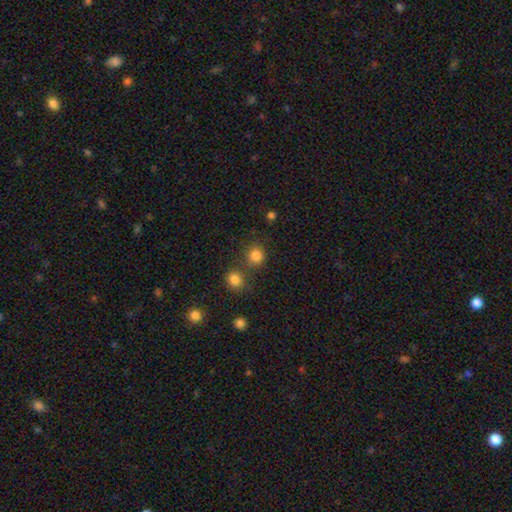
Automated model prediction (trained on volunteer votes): The model was most divided on "merging": none: 72%, merger: 16%, minor disturbance: 9%, major disturbance: 4%. More confident: how rounded — round (88%); smooth or featured — smooth (82%).